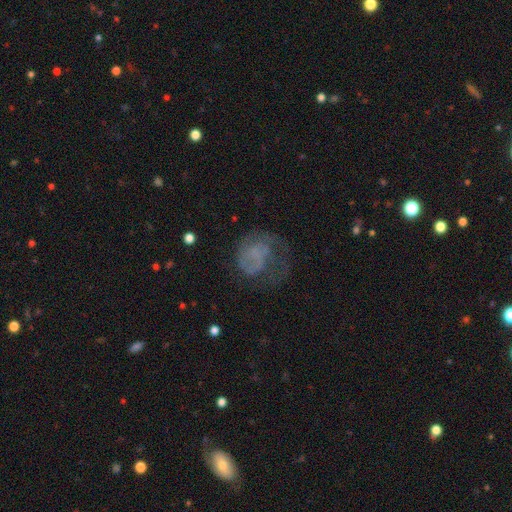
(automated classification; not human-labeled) Morphology: type=featured or disk (50%); merging=major disturbance (43%).